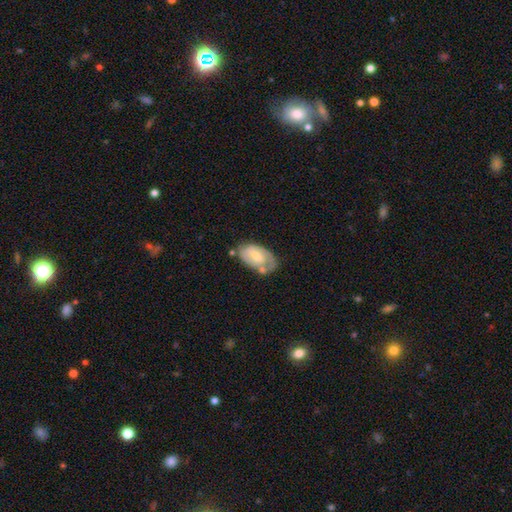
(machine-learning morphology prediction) This is possibly a featured or disk galaxy (57%). It is clearly not viewed edge-on (96%). Bar: possibly no (51%). Spiral arm pattern: likely yes (75%). Central bulge: marginally moderate (43%, tied with small). Merging: possibly none (49%).